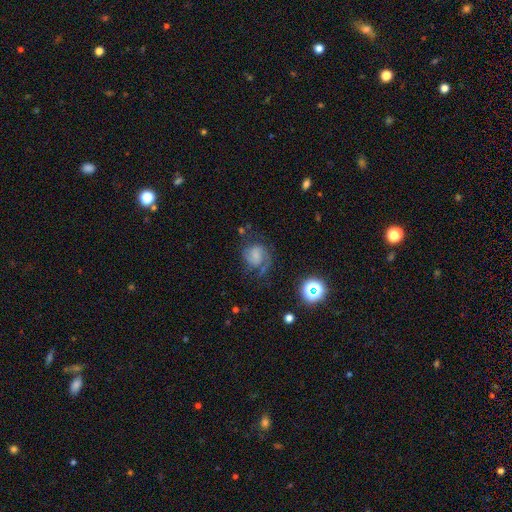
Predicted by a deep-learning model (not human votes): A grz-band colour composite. It shows a featured or disk galaxy (64%) with no bar (54%), 2 (62%) medium (48%) spiral arms (90%) and no central bulge (38%). Merging: none (51%).